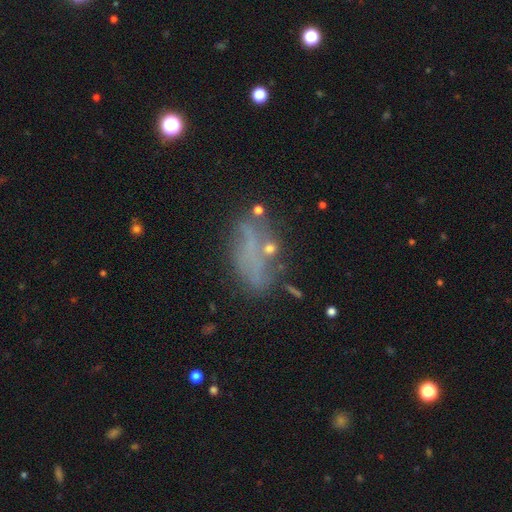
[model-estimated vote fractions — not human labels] smooth 40%, featured or disk 37%, star or artifact 23%. Down the decision tree: merging — none (59%).